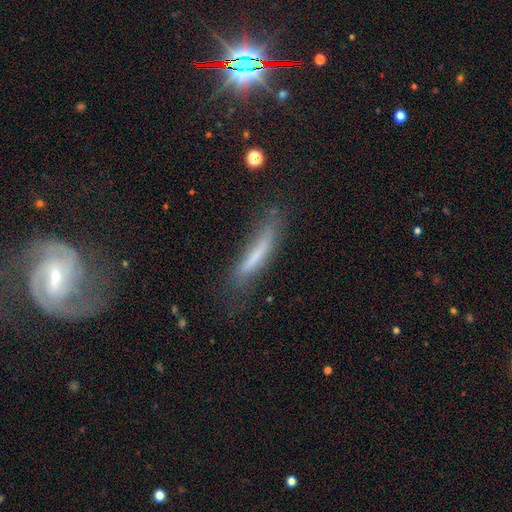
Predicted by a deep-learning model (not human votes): A smooth galaxy with no disk features (60%) that is cigar-shaped (89%). Merging: none (57%).